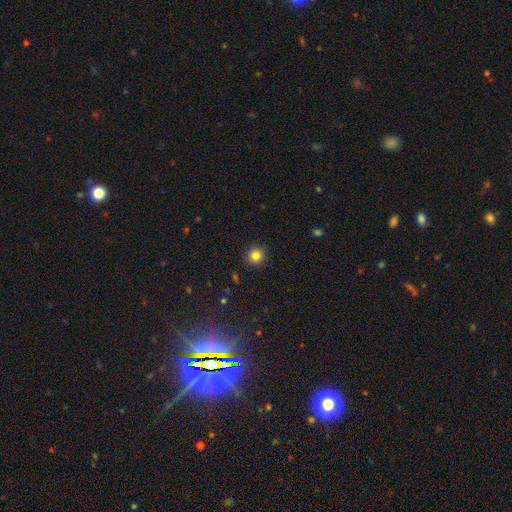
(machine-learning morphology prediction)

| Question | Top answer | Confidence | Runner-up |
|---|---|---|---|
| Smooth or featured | smooth | 84% | star or artifact (11%) |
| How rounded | round | 89% | in between (10%) |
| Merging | none | 91% | minor disturbance (6%) |